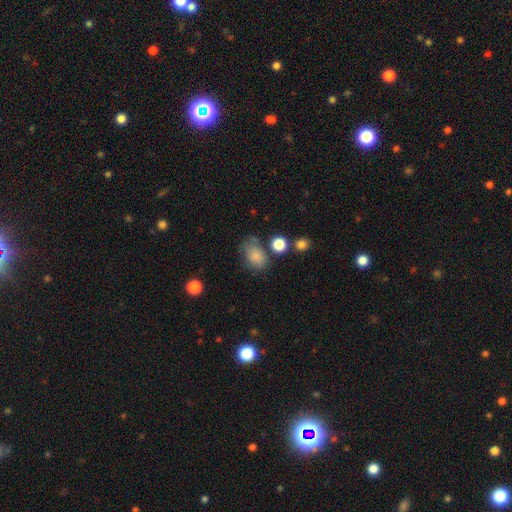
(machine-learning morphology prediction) smooth_or_featured: smooth (p=0.80) [alt: star or artifact p=0.10]
how_rounded: in between (p=0.76) [alt: round p=0.23]
merging: none (p=0.54) [alt: minor disturbance p=0.26]